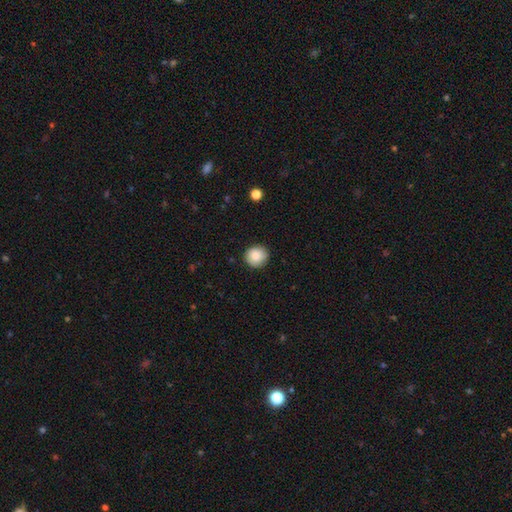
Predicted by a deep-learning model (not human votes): This is clearly a smooth galaxy (88%). How rounded: clearly round (92%). Merging: clearly none (88%).